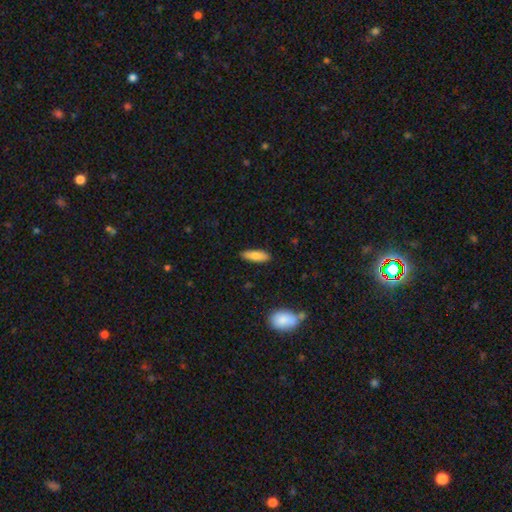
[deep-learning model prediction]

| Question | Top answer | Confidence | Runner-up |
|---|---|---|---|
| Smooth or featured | smooth | 80% | featured or disk (14%) |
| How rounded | in between | 56% | cigar-shaped (42%) |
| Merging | none | 86% | minor disturbance (11%) |